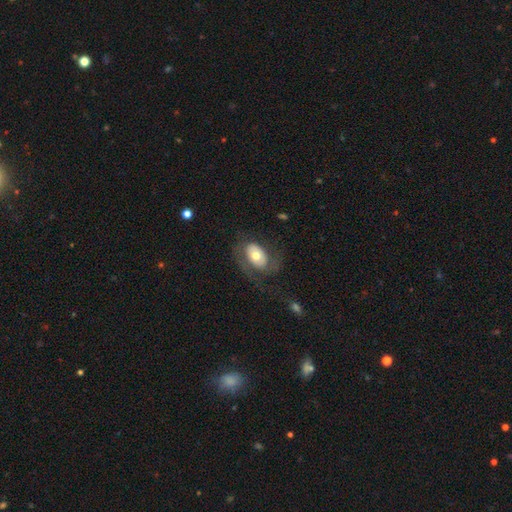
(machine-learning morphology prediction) This is possibly a smooth galaxy (51%). How rounded: clearly in between (86%). Merging: possibly none (50%).